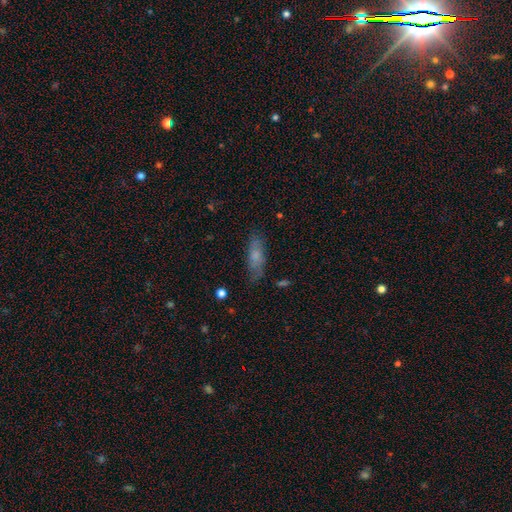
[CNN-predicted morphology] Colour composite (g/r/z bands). It shows a smooth galaxy with no disk features (63%) that is in between round and cigar-shaped (62%). Merging: none (73%).